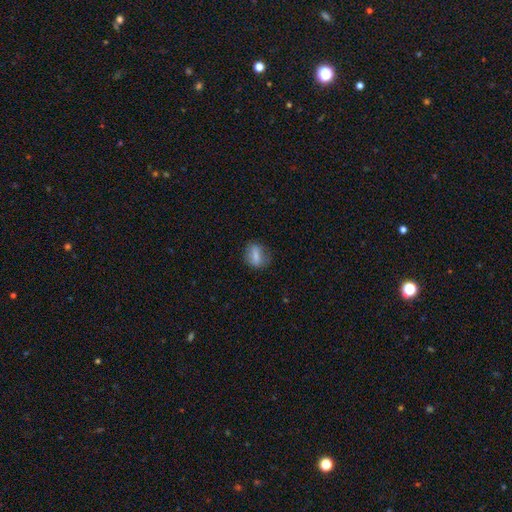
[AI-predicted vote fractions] smooth_or_featured: smooth (p=0.70) [alt: featured or disk p=0.20]
how_rounded: in between (p=0.55) [alt: round p=0.38]
merging: none (p=0.73) [alt: minor disturbance p=0.18]